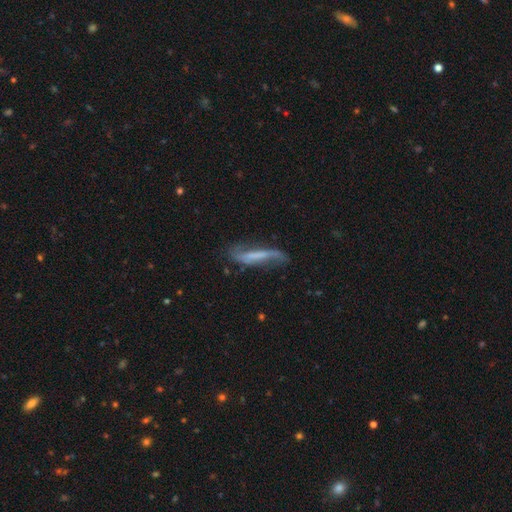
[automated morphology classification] type=featured or disk (60%); edge-on=no (65%); merging=none (49%).